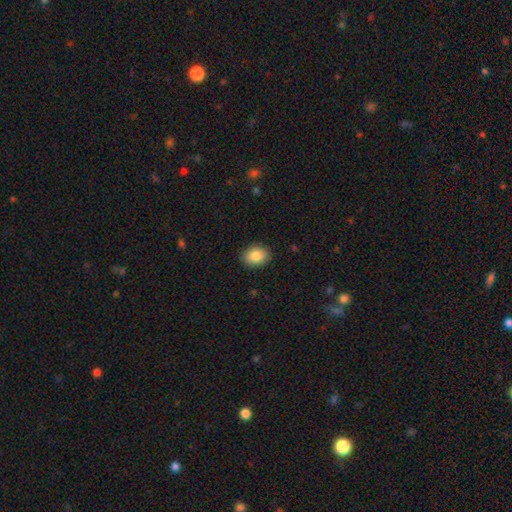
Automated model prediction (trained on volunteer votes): Smooth or featured? Predicted: smooth (p=0.85). How rounded? Predicted: in between (p=0.67). Merging? Predicted: none (p=0.89).